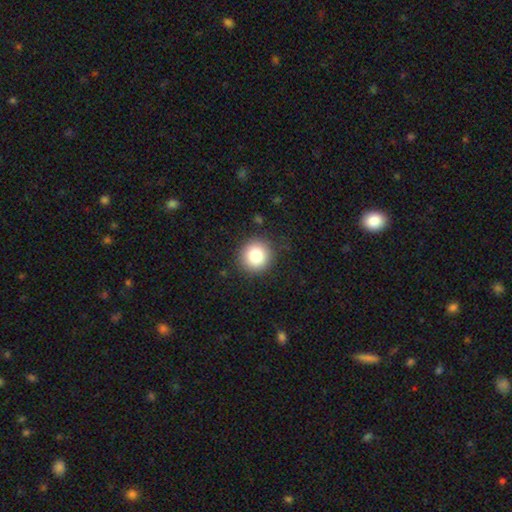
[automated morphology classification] Smooth or featured? smooth (83%)
How rounded? round (93%)
Merging? none (89%)